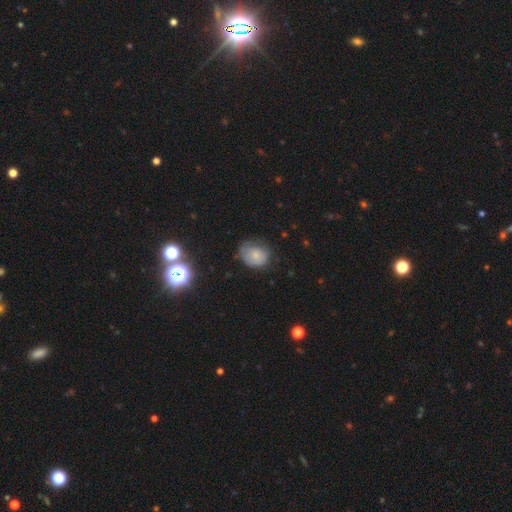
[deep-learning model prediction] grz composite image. It shows a smooth galaxy with no disk features (71%) that is round (54%). Merging: none (51%).